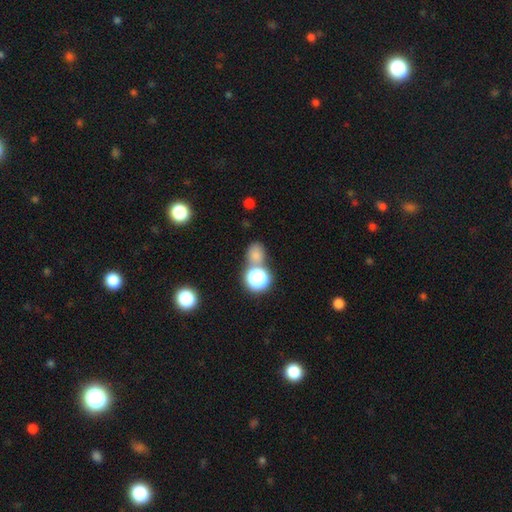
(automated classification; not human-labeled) Smooth or featured? smooth (70%)
How rounded? round (58%)
Merging? none (59%)